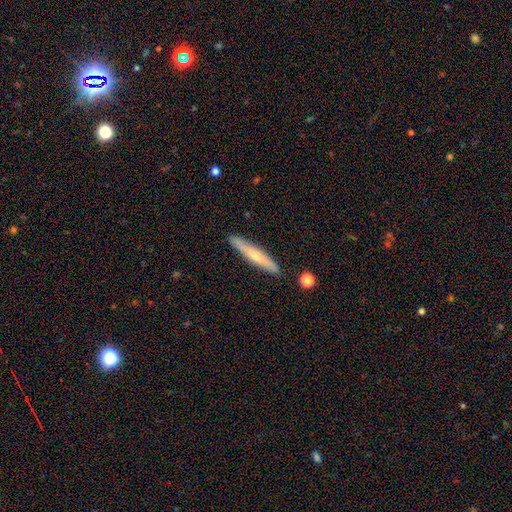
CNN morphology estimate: Q: Smooth or featured?
A: smooth (53%); runner-up: featured or disk (41%)
Q: How rounded?
A: cigar-shaped (92%); runner-up: in between (6%)
Q: Merging?
A: none (88%); runner-up: minor disturbance (8%)